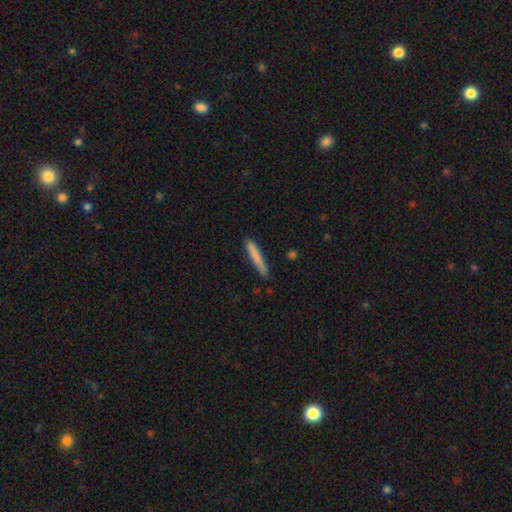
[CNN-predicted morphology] A smooth galaxy with no disk features (79%) that is cigar-shaped (95%). Merging: none (84%).